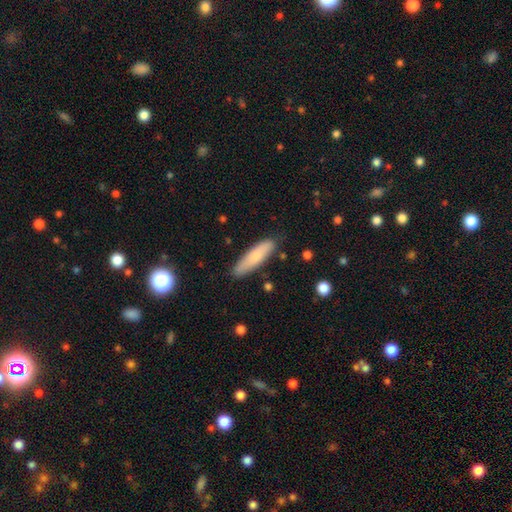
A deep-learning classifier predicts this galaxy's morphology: A smooth galaxy with no disk features (76%) that is cigar-shaped (73%).

Vote fractions:
- Smooth or featured? smooth: 76% / featured or disk: 18% / star or artifact: 6%
- How rounded? cigar-shaped: 73% / in between: 26% / round: 2%
- Merging? none: 83% / minor disturbance: 13% / major disturbance: 2% / merger: 2%